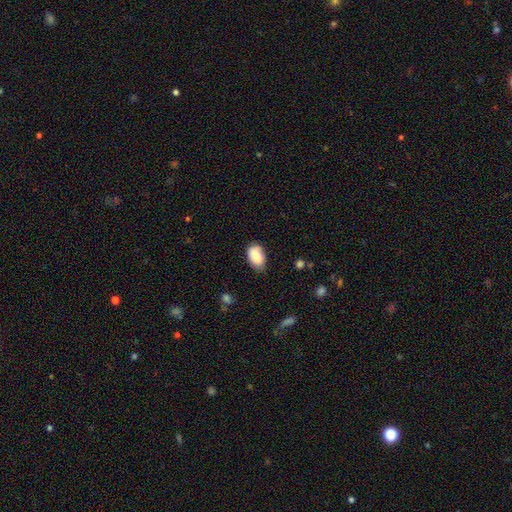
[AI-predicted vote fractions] Smooth or featured?
  - smooth: 85% *
  - featured or disk: 9%
  - star or artifact: 7%
How rounded?
  - in between: 92% *
  - round: 7%
  - cigar-shaped: 1%
Merging?
  - none: 69% *
  - minor disturbance: 25%
  - major disturbance: 4%
  - merger: 2%